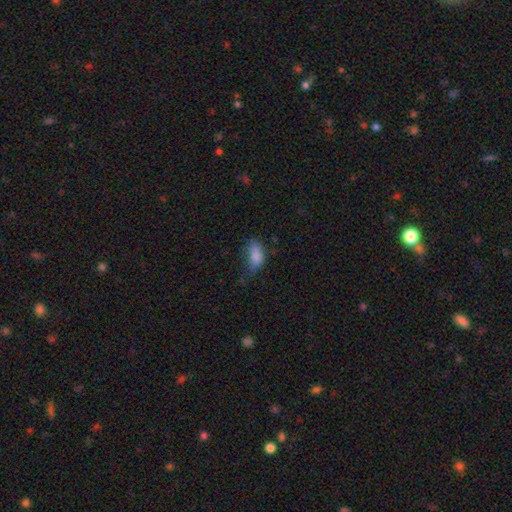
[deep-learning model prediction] Smooth or featured: smooth — 83% (star or artifact — 9%)
How rounded: in between — 89% (cigar-shaped — 6%)
Merging: none — 39% (minor disturbance — 37%)